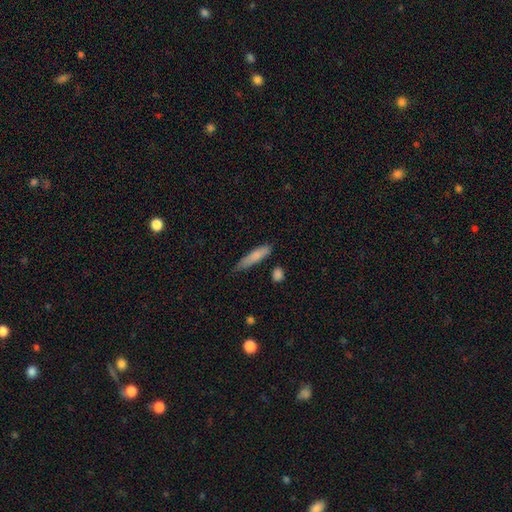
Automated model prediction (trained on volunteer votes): Q: Smooth or featured?
A: smooth (79%); runner-up: featured or disk (15%)
Q: How rounded?
A: cigar-shaped (81%); runner-up: in between (18%)
Q: Merging?
A: none (67%); runner-up: minor disturbance (25%)